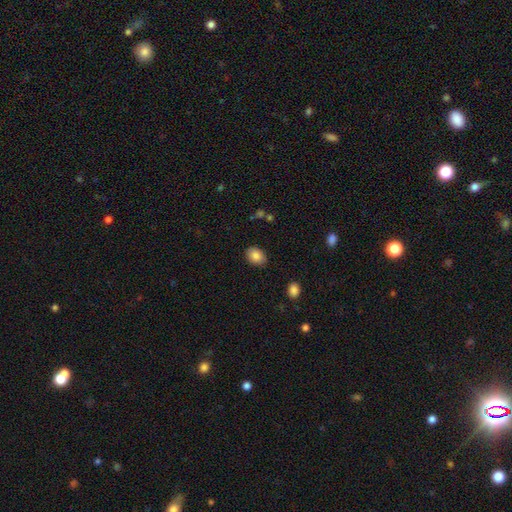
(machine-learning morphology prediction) Smooth or featured? smooth (85%)
How rounded? in between (72%)
Merging? none (85%)